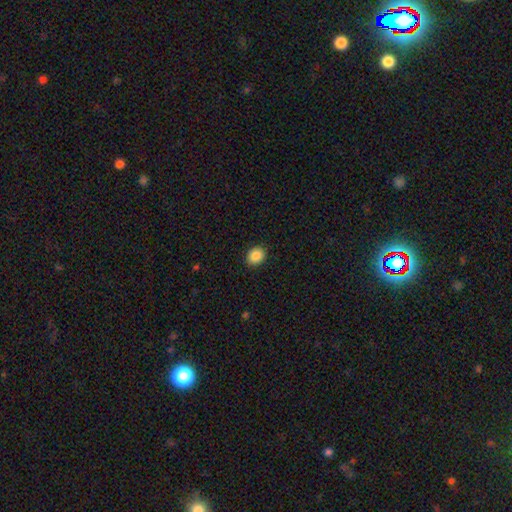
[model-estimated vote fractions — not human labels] This is clearly a smooth galaxy (87%). How rounded: likely round (61%). Merging: clearly none (90%).